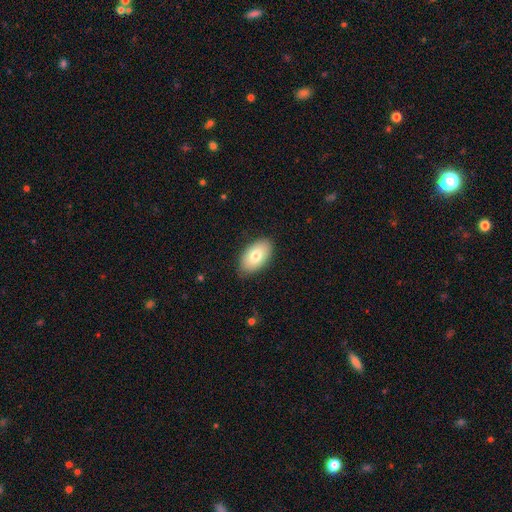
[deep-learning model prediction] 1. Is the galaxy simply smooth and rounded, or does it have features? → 77% smooth, 16% featured or disk, 7% star or artifact.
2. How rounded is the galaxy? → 94% in between, 4% round, 2% cigar-shaped.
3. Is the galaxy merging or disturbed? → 84% none, 12% minor disturbance, 2% major disturbance, 1% merger.